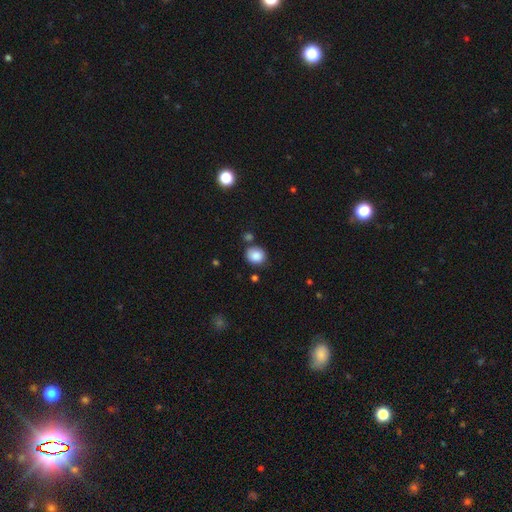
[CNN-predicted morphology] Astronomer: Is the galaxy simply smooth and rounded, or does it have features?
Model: smooth — 87%.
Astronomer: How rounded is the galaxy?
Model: round — 72%.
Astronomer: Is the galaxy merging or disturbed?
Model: none — 75%.